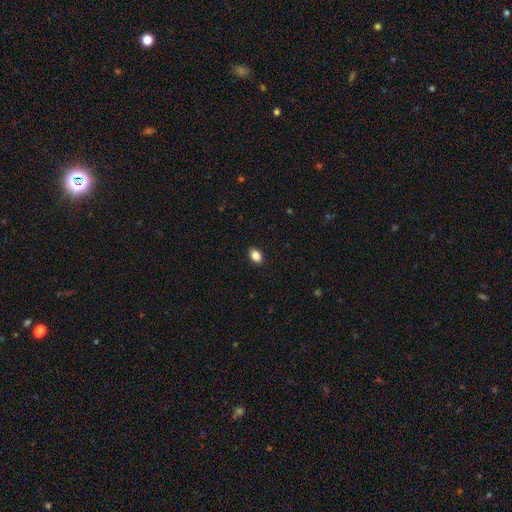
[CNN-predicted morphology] Smooth or featured: smooth — 87% (star or artifact — 9%)
How rounded: in between — 81% (round — 18%)
Merging: none — 90% (minor disturbance — 7%)